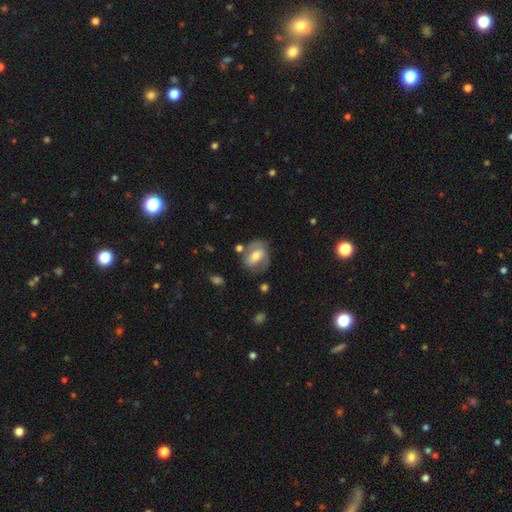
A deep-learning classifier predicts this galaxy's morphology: The model was most divided on "bar": weak: 38%, strong: 36%, no: 26%. More confident: edge-on disk — no (95%); spiral arms — yes (71%); merging — none (64%); smooth or featured — featured or disk (59%); bulge size — moderate (58%).